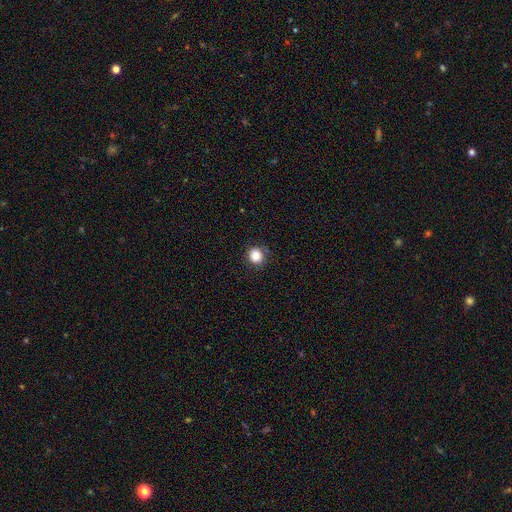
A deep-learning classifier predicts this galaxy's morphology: Smooth or featured? smooth (86%)
How rounded? round (89%)
Merging? none (86%)